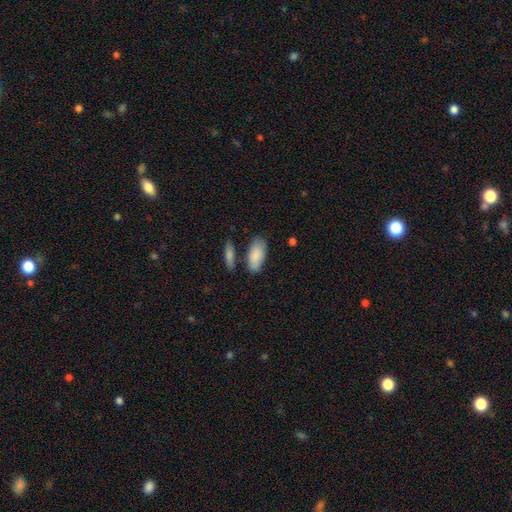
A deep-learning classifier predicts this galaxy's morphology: smooth-or-featured: smooth: 86% | featured or disk: 9% | star or artifact: 5%
  how-rounded: in between: 89% | cigar-shaped: 8% | round: 2%
  merging: none: 69% | minor disturbance: 18% | merger: 9% | major disturbance: 4%